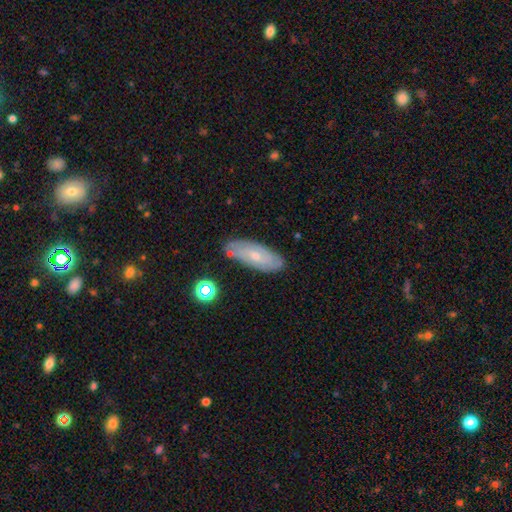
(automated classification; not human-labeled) smooth-or-featured: featured or disk: 58% | smooth: 35% | star or artifact: 8%
  disk-edge-on: no: 85% | yes: 15%
  merging: none: 79% | minor disturbance: 16% | major disturbance: 3% | merger: 3%